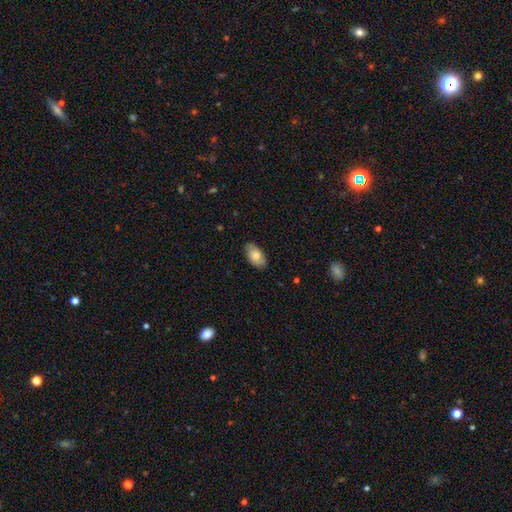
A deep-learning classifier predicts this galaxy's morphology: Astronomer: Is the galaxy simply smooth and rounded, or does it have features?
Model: smooth — 68%.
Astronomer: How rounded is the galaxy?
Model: in between — 93%.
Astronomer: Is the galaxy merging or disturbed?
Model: none — 81%.